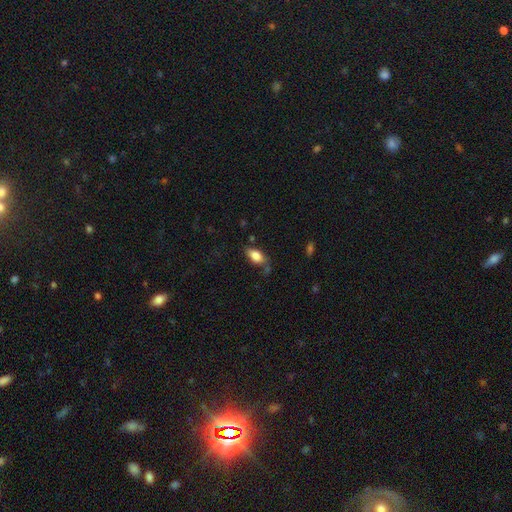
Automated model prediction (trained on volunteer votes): smooth 82%, featured or disk 10%, star or artifact 8%. Down the decision tree: how rounded — in between (90%); merging — none (64%).